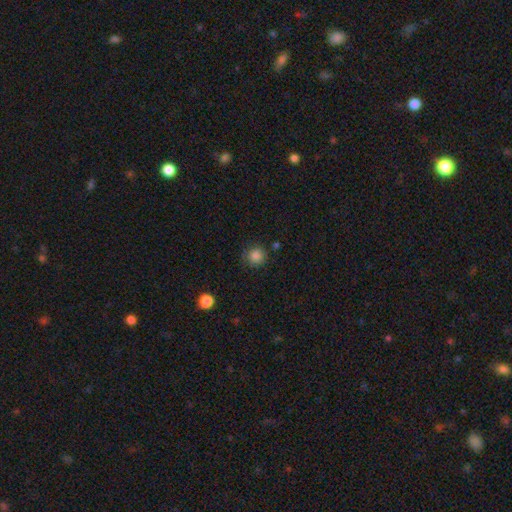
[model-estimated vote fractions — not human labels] smooth 84%, star or artifact 11%, featured or disk 4%. Down the decision tree: how rounded — round (92%); merging — none (82%).